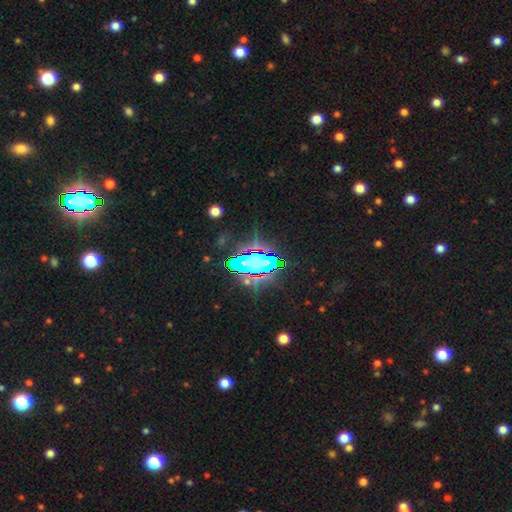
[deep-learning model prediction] Morphology: type=star or artifact (74%).